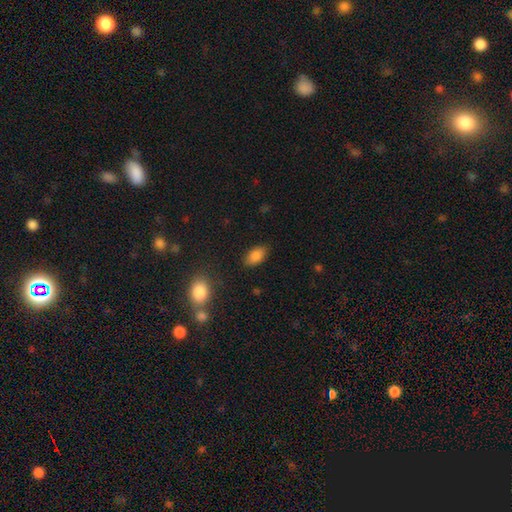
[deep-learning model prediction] Smooth or featured? smooth (86%)
How rounded? in between (92%)
Merging? none (85%)